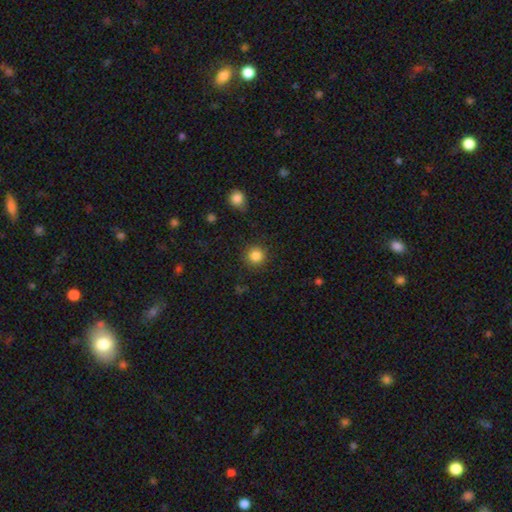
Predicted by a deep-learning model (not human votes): This is clearly a smooth galaxy (85%). How rounded: clearly round (94%). Merging: clearly none (89%).